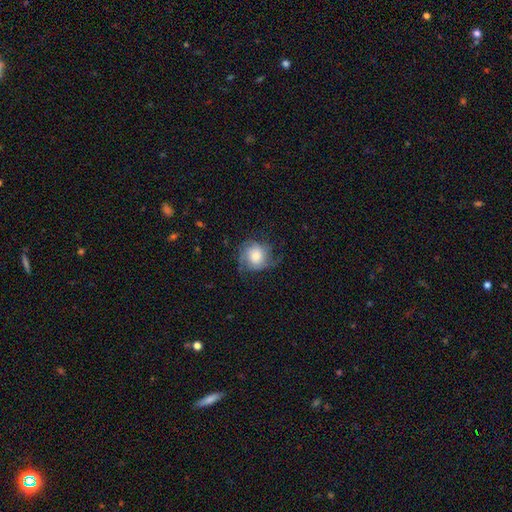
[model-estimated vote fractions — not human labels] This appears to be a featured or disk galaxy (52%) with no bar (77%), spiral arms (89%) and a moderate central bulge (39%). Merging: none (62%).